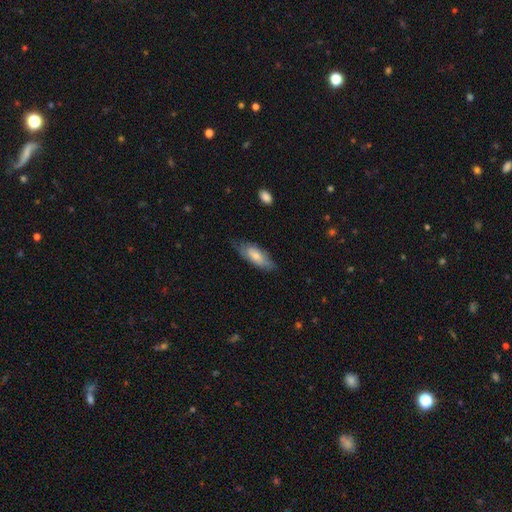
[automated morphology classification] Smooth or featured: smooth — 67% (featured or disk — 27%)
How rounded: in between — 72% (cigar-shaped — 26%)
Merging: none — 66% (minor disturbance — 26%)